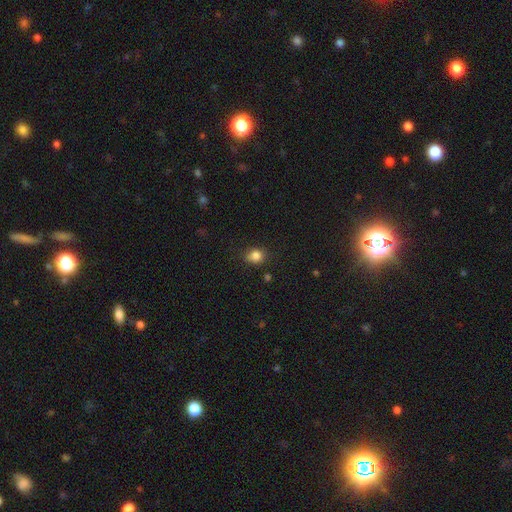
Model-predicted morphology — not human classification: This is clearly a smooth galaxy (84%). How rounded: likely round (63%). Merging: likely none (78%).